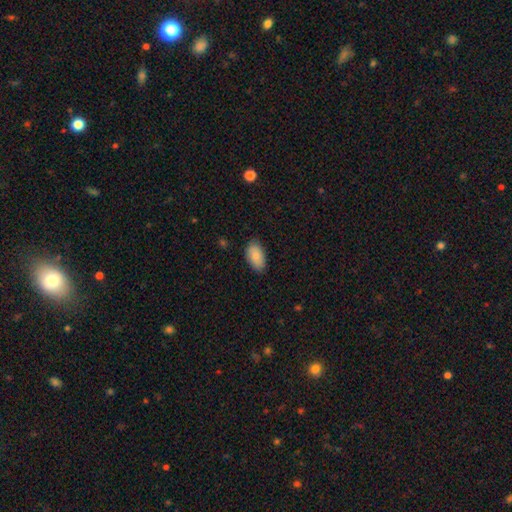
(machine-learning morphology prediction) Overall: smooth (87%). How rounded: in between (95%). Merging: none (82%).